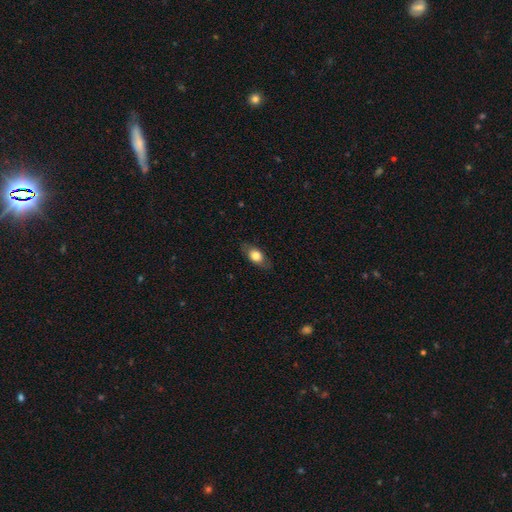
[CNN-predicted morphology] This appears to be a smooth galaxy with no disk features (72%) that is in between round and cigar-shaped (77%). Merging: none (79%).